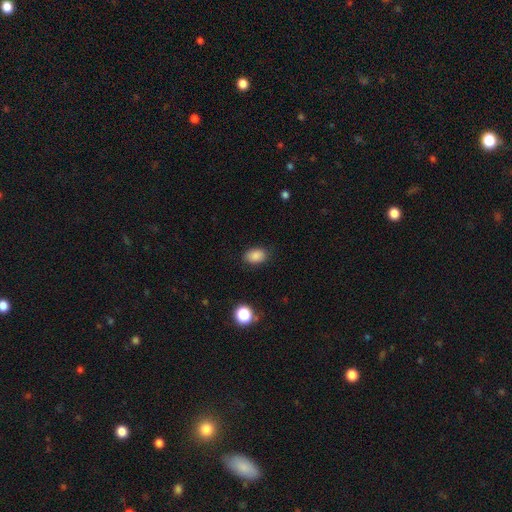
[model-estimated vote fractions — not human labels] This appears to be a smooth galaxy with no disk features (86%) that is in between round and cigar-shaped (82%). Merging: none (85%).